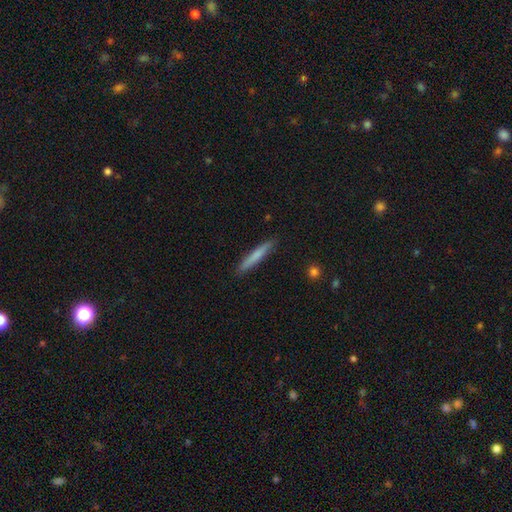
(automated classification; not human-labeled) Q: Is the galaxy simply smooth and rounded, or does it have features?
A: smooth — 71%.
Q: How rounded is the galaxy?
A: cigar-shaped — 95%.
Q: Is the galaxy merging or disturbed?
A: none — 90%.